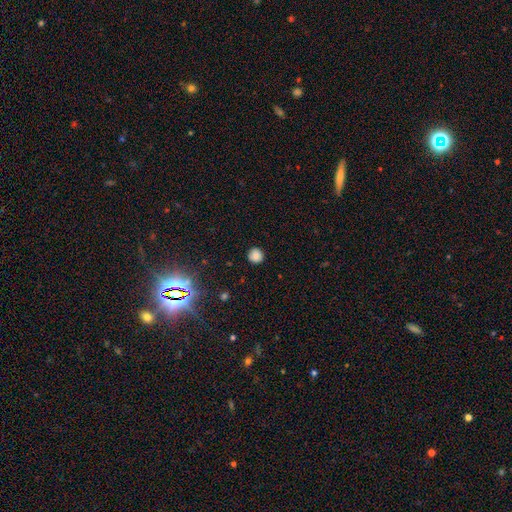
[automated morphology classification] Smooth or featured? smooth (82%)
How rounded? round (93%)
Merging? none (89%)